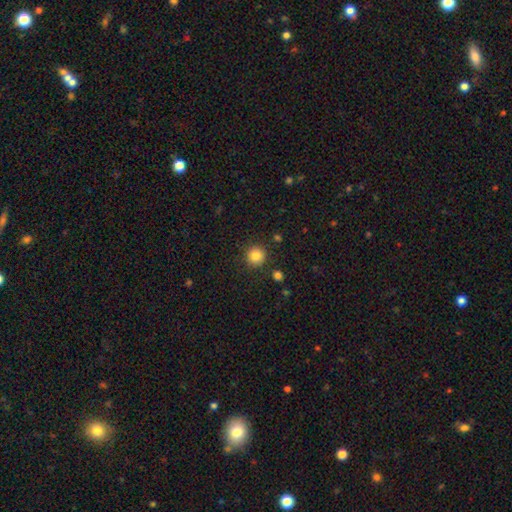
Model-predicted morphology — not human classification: type=smooth (84%); roundness=round (93%); merging=none (89%).